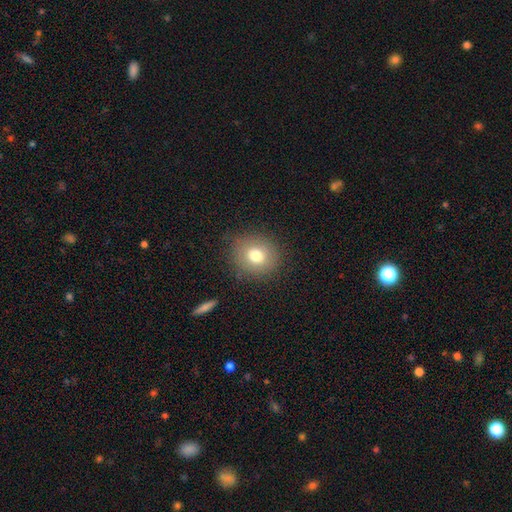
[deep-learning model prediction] The model was most divided on "how rounded": round: 80%, in between: 19%, cigar-shaped: 1%. More confident: merging — none (84%); smooth or featured — smooth (75%).